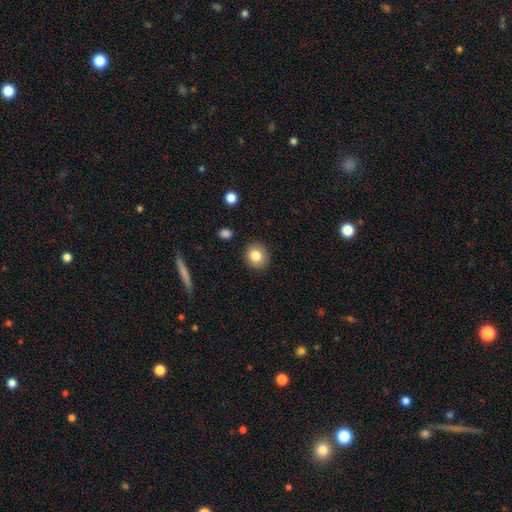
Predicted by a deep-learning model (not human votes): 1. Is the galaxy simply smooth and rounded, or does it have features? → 82% smooth, 9% star or artifact, 9% featured or disk.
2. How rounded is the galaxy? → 79% round, 20% in between, 1% cigar-shaped.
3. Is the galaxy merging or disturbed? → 89% none, 7% minor disturbance, 2% major disturbance, 1% merger.